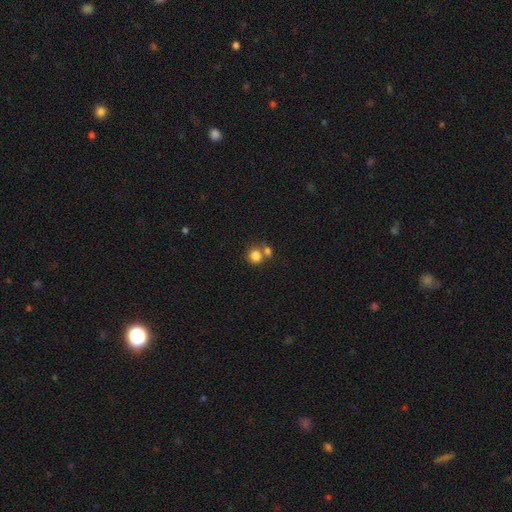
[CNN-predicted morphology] This is clearly a smooth galaxy (82%). How rounded: clearly round (82%). Merging: possibly none (49%).